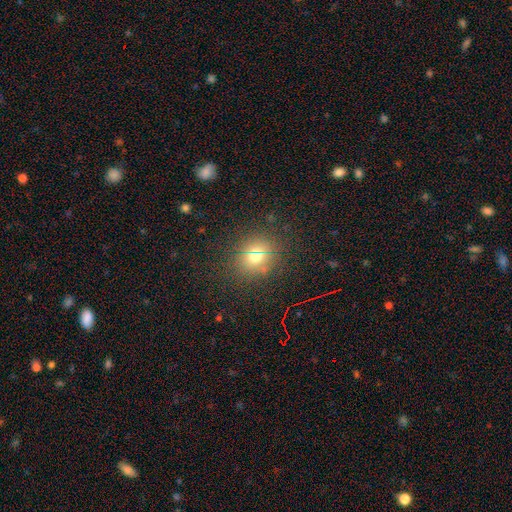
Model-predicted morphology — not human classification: type=smooth (69%); roundness=round (75%); merging=none (84%).